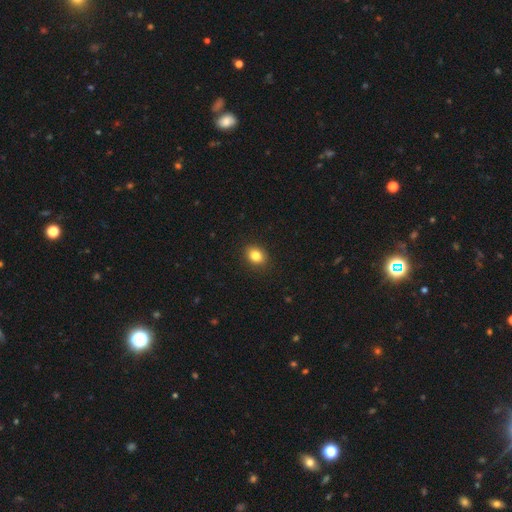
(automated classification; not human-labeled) A smooth galaxy with no disk features (83%) that is in between round and cigar-shaped (57%). Merging: none (89%).